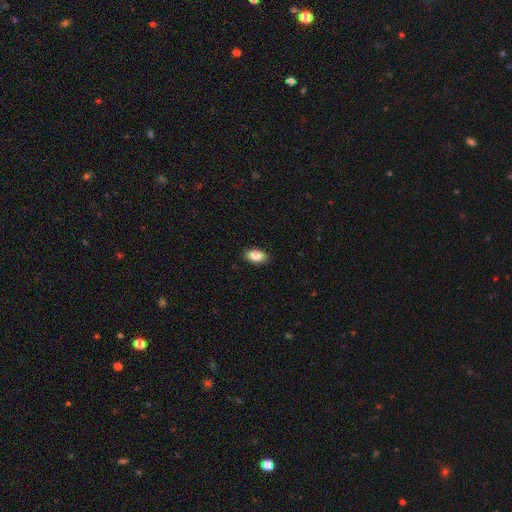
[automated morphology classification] The model was most divided on "smooth or featured": smooth: 87%, star or artifact: 7%, featured or disk: 6%. More confident: how rounded — in between (93%); merging — none (89%).